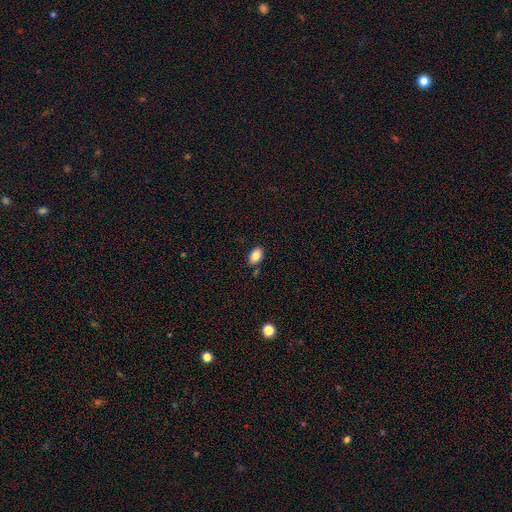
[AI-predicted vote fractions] Smooth or featured?
  - smooth: 85% *
  - star or artifact: 8%
  - featured or disk: 7%
How rounded?
  - in between: 89% *
  - round: 10%
  - cigar-shaped: 1%
Merging?
  - none: 82% *
  - minor disturbance: 12%
  - merger: 4%
  - major disturbance: 2%